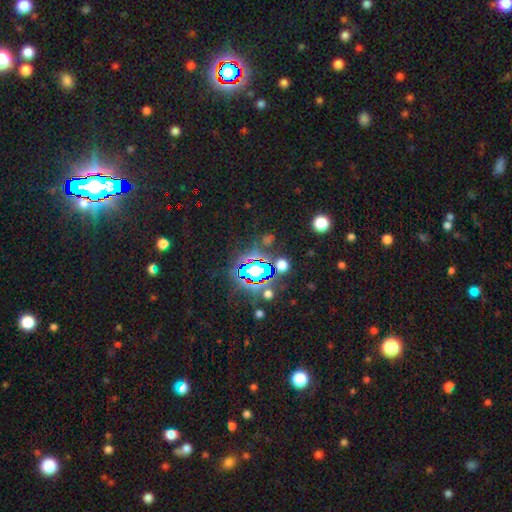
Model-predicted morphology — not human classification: Smooth or featured: star or artifact — 83% (smooth — 9%)